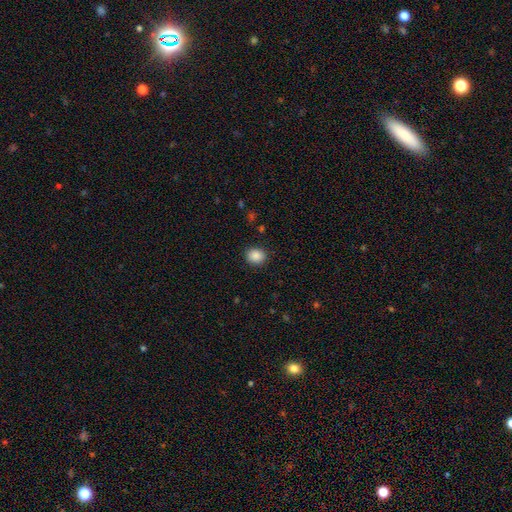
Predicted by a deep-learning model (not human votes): Smooth or featured: smooth — 88% (star or artifact — 9%)
How rounded: round — 72% (in between — 27%)
Merging: none — 89% (minor disturbance — 7%)